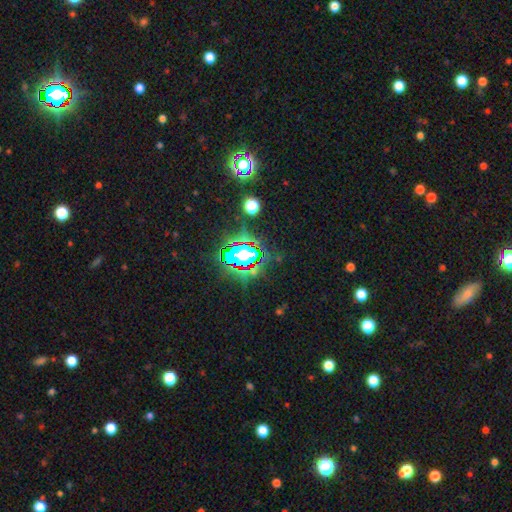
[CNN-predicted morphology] smooth-or-featured: star or artifact: 73% | smooth: 17% | featured or disk: 10%